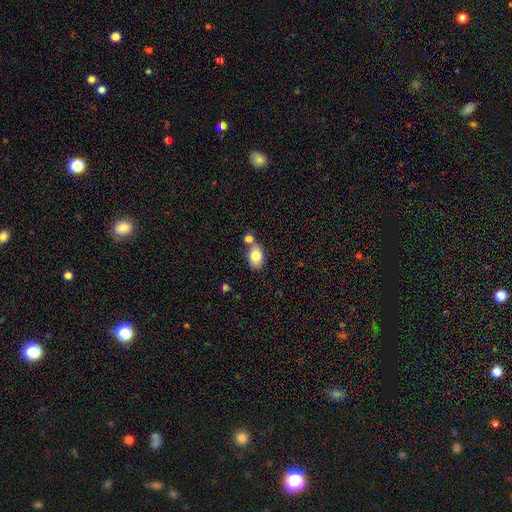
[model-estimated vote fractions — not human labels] Smooth or featured? Predicted: smooth (p=0.82). How rounded? Predicted: in between (p=0.85). Merging? Predicted: none (p=0.55).